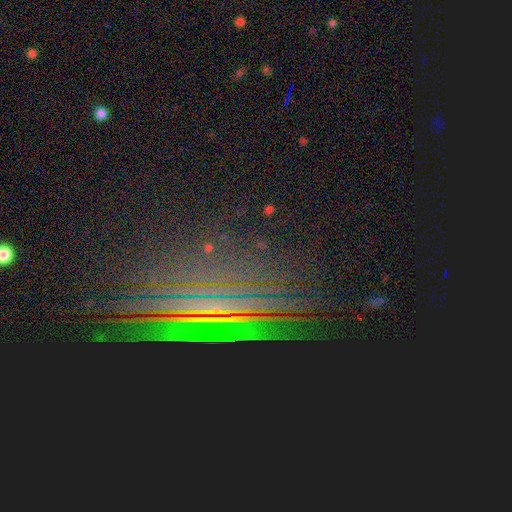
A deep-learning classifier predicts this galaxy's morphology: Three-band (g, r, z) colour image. It shows a star or artifact, not a galaxy (56%).